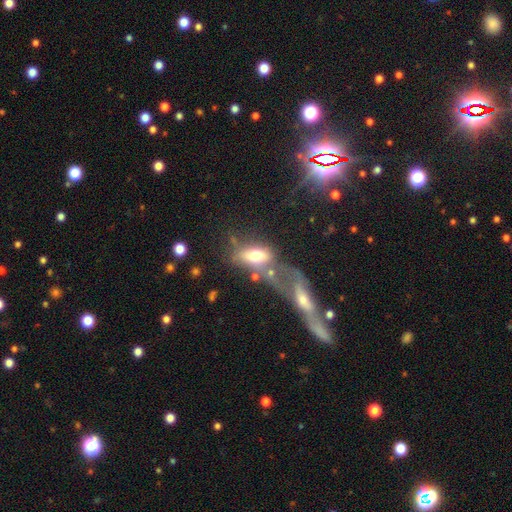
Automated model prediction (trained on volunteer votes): Q: Smooth or featured?
A: smooth (55%); runner-up: featured or disk (35%)
Q: How rounded?
A: in between (82%); runner-up: cigar-shaped (12%)
Q: Merging?
A: merger (51%); runner-up: major disturbance (21%)